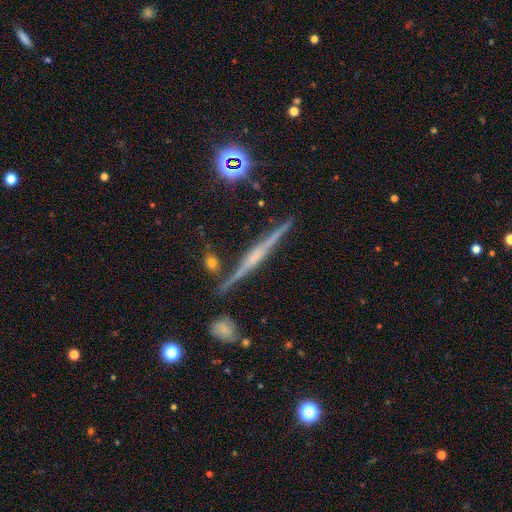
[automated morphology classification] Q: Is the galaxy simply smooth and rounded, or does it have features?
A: featured or disk — 78%.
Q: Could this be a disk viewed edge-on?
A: yes — 98%.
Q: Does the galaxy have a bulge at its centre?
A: rounded — 52%.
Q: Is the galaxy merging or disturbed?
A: none — 86%.